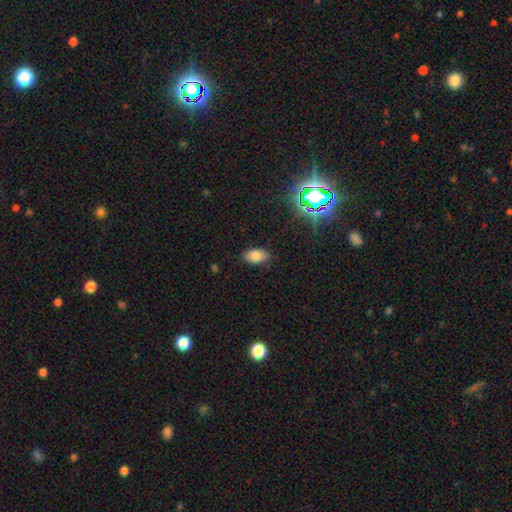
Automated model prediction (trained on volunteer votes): Morphology: type=smooth (80%); roundness=in between (92%); merging=none (86%).